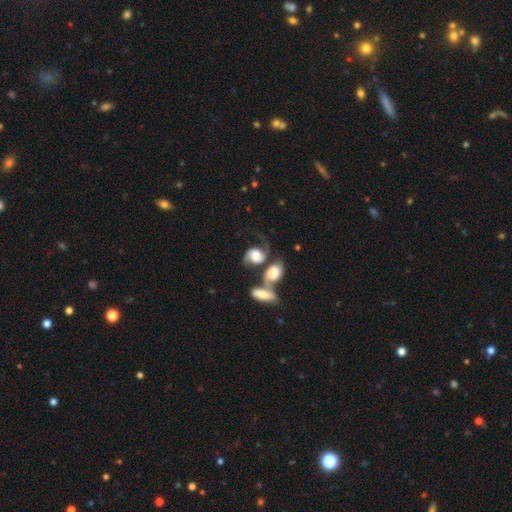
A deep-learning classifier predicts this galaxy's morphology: This appears to be a featured or disk galaxy (69%) with no bar (59%), 2 (84%) loose (52%) spiral arms (93%) and a large central bulge (47%). Merging: merger (40%).